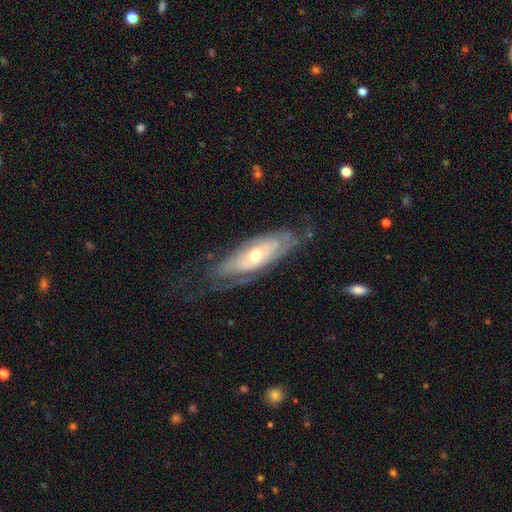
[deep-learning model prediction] A featured or disk galaxy (76%) with no bar (73%), spiral arms (76%) and a moderate central bulge (61%).

Vote fractions:
- Smooth or featured? featured or disk: 76% / smooth: 18% / star or artifact: 6%
- Edge-on disk? no: 81% / yes: 19%
- Bar? no: 73% / weak: 21% / strong: 6%
- Spiral arms? yes: 76% / no: 24%
- Bulge size? moderate: 61% / small: 32% / large: 5% / none: 1% / dominant: 1%
- Merging? none: 62% / minor disturbance: 22% / major disturbance: 14% / merger: 2%